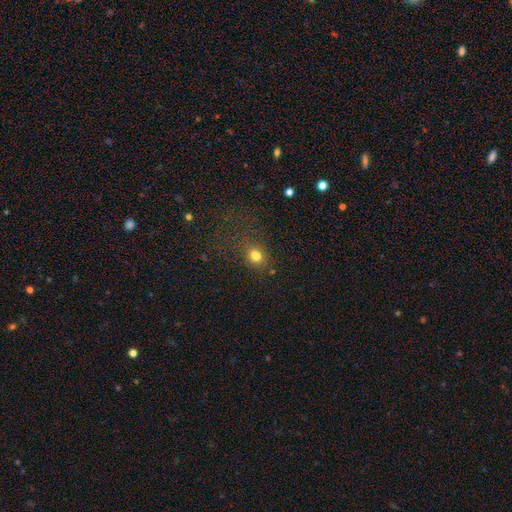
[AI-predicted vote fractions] smooth 75%, star or artifact 18%, featured or disk 8%. Down the decision tree: how rounded — in between (52%); merging — none (64%).